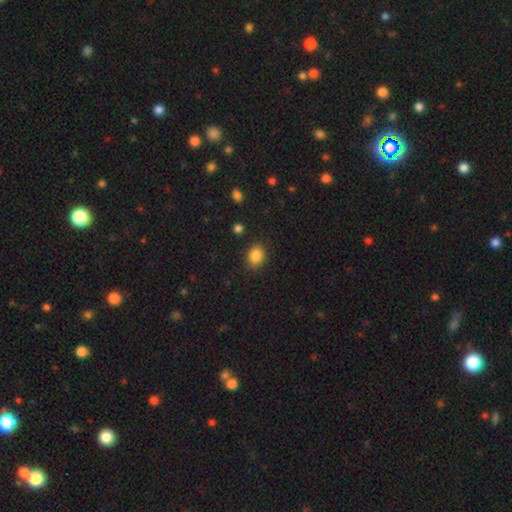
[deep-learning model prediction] A smooth galaxy with no disk features (86%) that is round (56%).

Vote fractions:
- Smooth or featured? smooth: 86% / star or artifact: 10% / featured or disk: 4%
- How rounded? round: 56% / in between: 43% / cigar-shaped: 1%
- Merging? none: 87% / minor disturbance: 9% / major disturbance: 3% / merger: 2%